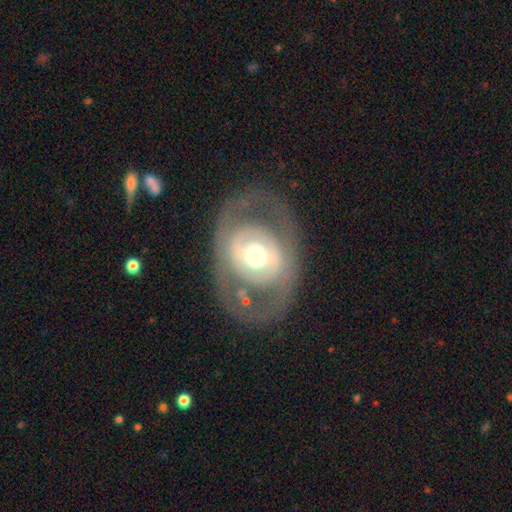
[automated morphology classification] The model was most divided on "bar": no: 57%, weak: 24%, strong: 19%. More confident: edge-on disk — no (93%); spiral arms — no (77%); merging — none (75%); smooth or featured — featured or disk (66%); bulge size — moderate (65%).